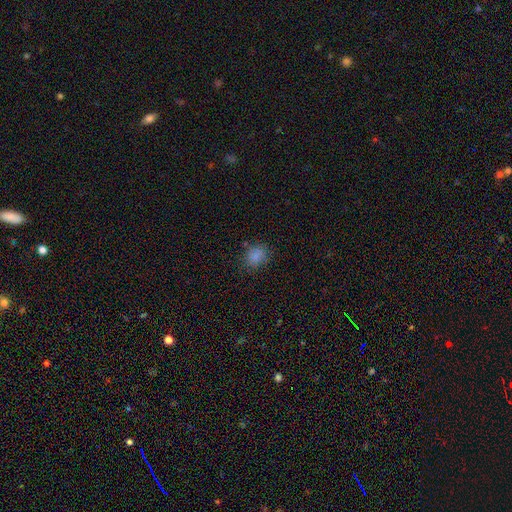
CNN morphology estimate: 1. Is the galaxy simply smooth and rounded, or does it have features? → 81% smooth, 13% star or artifact, 6% featured or disk.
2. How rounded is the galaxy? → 55% round, 44% in between, 1% cigar-shaped.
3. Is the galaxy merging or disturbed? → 77% none, 16% minor disturbance, 5% major disturbance, 3% merger.